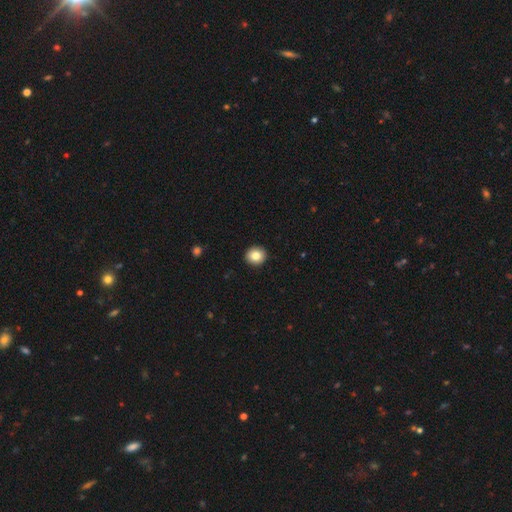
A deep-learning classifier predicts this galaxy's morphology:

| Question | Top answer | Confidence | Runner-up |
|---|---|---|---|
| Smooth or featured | smooth | 83% | star or artifact (9%) |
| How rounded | round | 88% | in between (11%) |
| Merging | none | 93% | minor disturbance (5%) |